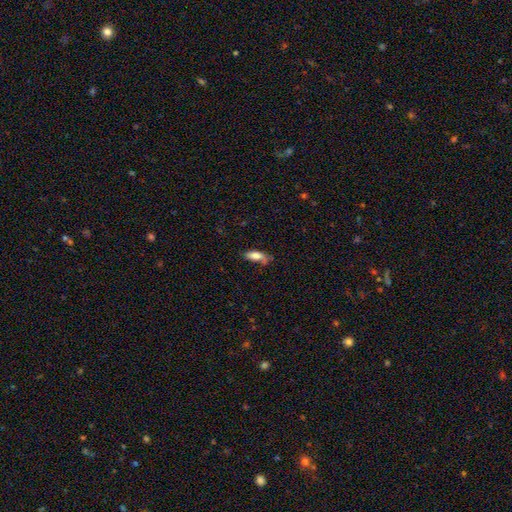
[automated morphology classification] Smooth or featured: smooth — 77% (featured or disk — 16%)
How rounded: in between — 68% (cigar-shaped — 30%)
Merging: none — 54% (minor disturbance — 31%)